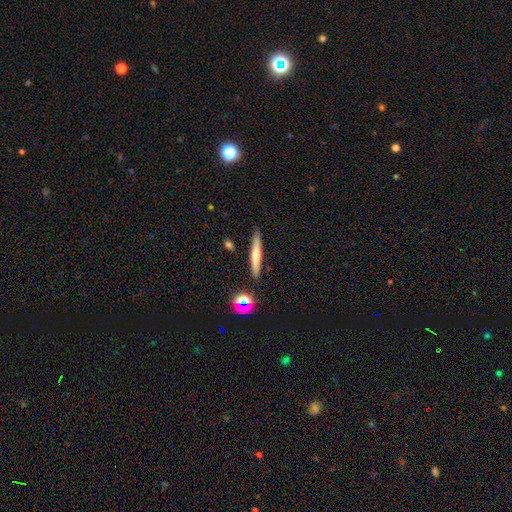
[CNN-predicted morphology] This appears to be a smooth galaxy with no disk features (58%) that is cigar-shaped (93%). Merging: none (87%).